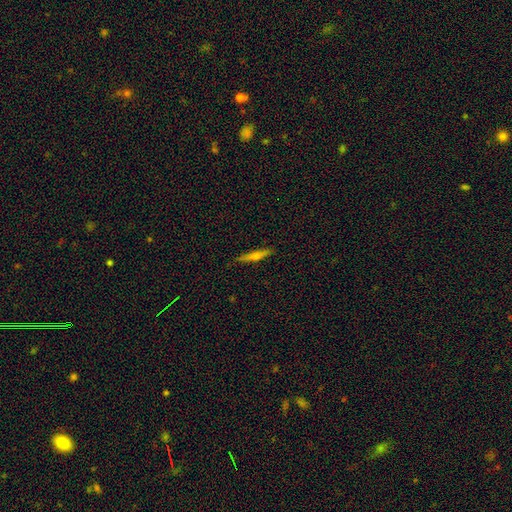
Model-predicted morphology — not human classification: type=featured or disk (56%); edge-on=yes (97%); edge-on bulge=rounded (77%); merging=none (90%).